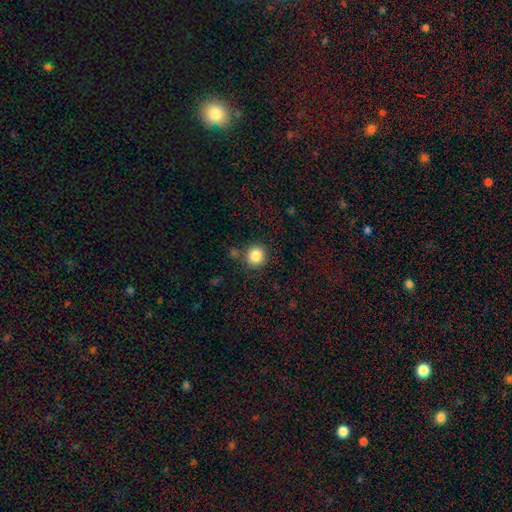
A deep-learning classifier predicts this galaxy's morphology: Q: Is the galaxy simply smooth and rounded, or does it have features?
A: smooth — 85%.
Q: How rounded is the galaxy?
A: round — 91%.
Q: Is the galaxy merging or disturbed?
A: none — 83%.